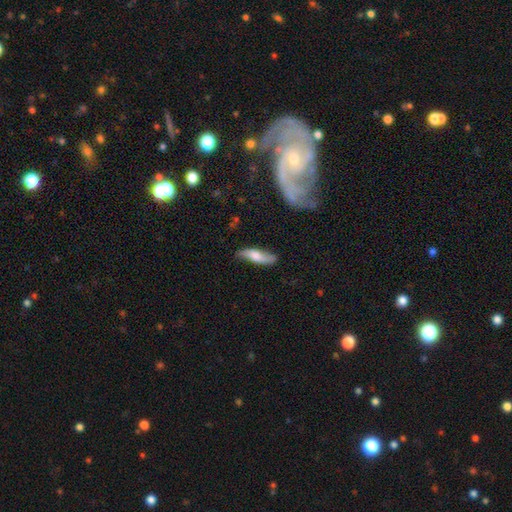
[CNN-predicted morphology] The model was most divided on "how rounded": cigar-shaped: 55%, in between: 42%, round: 2%. More confident: merging — none (72%); smooth or featured — smooth (55%).